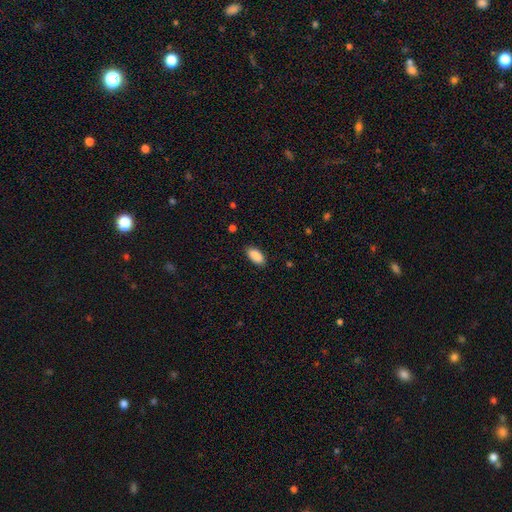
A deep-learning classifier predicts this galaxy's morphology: Q: Smooth or featured?
A: smooth (90%); runner-up: star or artifact (7%)
Q: How rounded?
A: in between (93%); runner-up: cigar-shaped (5%)
Q: Merging?
A: none (88%); runner-up: minor disturbance (9%)